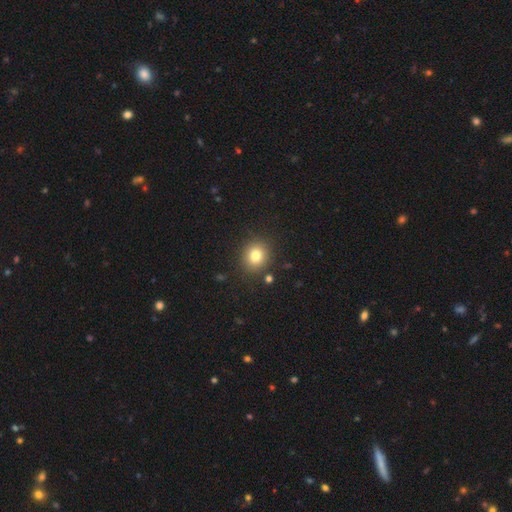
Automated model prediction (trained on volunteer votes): A smooth galaxy with no disk features (80%) that is round (79%).

Vote fractions:
- Smooth or featured? smooth: 80% / star or artifact: 12% / featured or disk: 8%
- How rounded? round: 79% / in between: 20% / cigar-shaped: 1%
- Merging? none: 87% / minor disturbance: 8% / major disturbance: 3% / merger: 3%